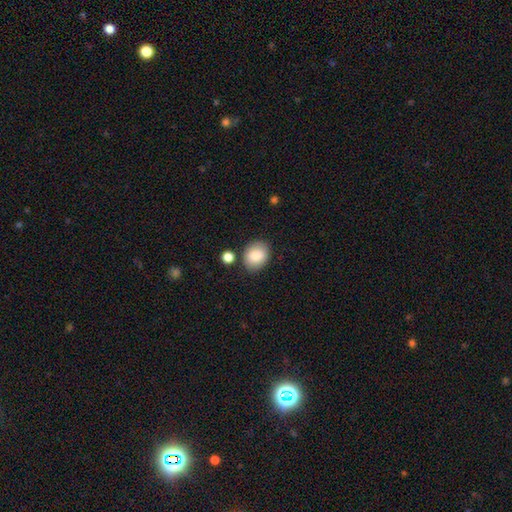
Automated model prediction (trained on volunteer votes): The model was most divided on "how rounded": round: 54%, in between: 46%, cigar-shaped: 1%. More confident: smooth or featured — smooth (84%); merging — none (80%).